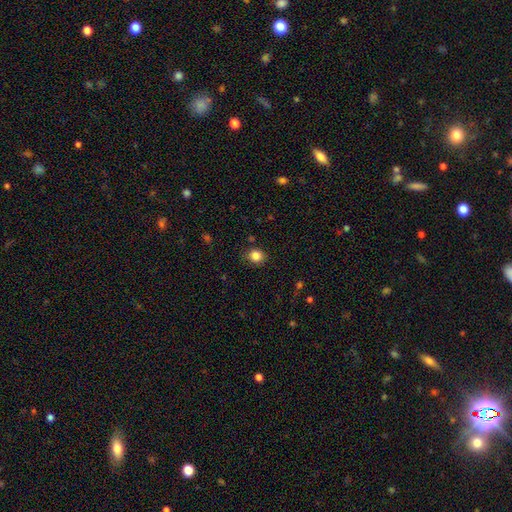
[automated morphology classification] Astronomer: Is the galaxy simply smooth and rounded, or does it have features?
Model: smooth — 85%.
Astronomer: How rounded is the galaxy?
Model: round — 76%.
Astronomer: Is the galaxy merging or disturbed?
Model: none — 86%.